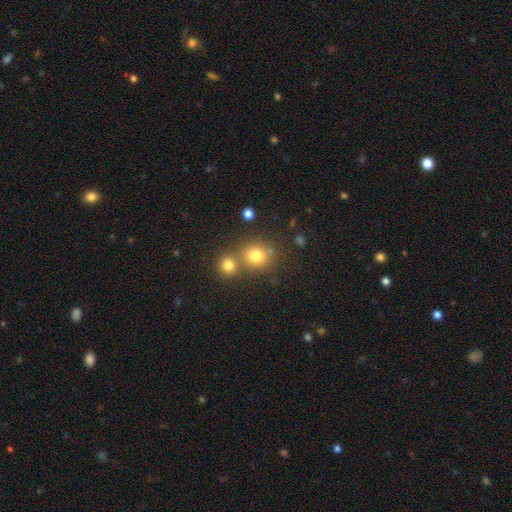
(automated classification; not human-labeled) The model was most divided on "merging": none: 60%, merger: 29%, minor disturbance: 8%, major disturbance: 3%. More confident: how rounded — round (87%); smooth or featured — smooth (77%).